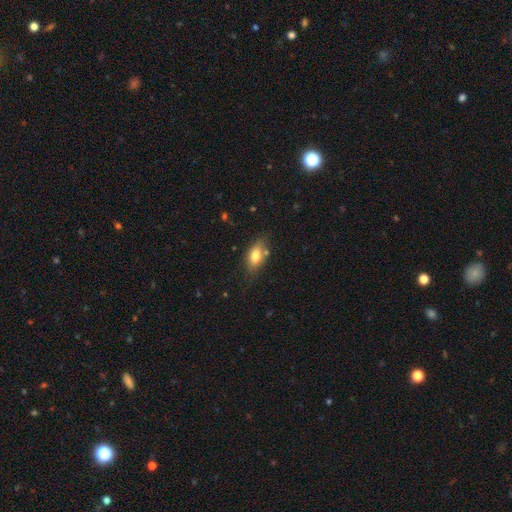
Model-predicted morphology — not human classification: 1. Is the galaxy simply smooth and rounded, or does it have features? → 77% smooth, 15% featured or disk, 8% star or artifact.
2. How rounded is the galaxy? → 86% in between, 7% cigar-shaped, 7% round.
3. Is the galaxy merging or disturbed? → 69% none, 19% minor disturbance, 7% merger, 4% major disturbance.